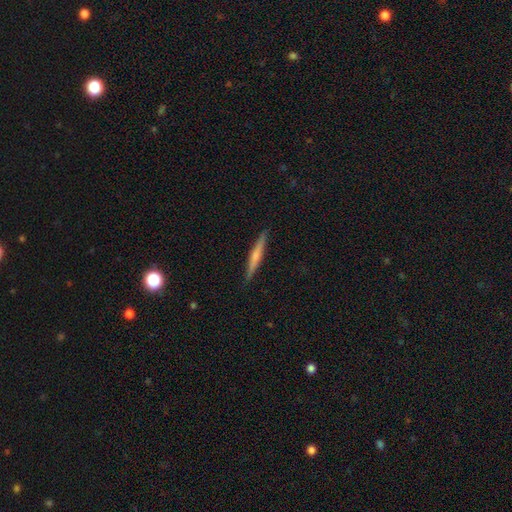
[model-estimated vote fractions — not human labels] A featured or disk galaxy (52%) viewed edge-on (97%) with a rounded central bulge (58%). Merging: none (90%).